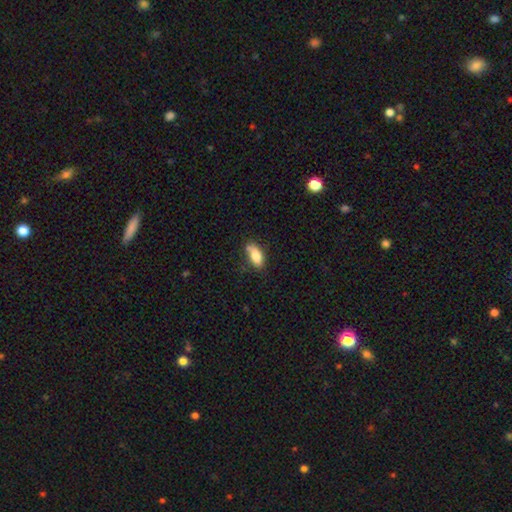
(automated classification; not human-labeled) A smooth galaxy with no disk features (81%) that is in between round and cigar-shaped (87%).

Vote fractions:
- Smooth or featured? smooth: 81% / featured or disk: 12% / star or artifact: 7%
- How rounded? in between: 87% / cigar-shaped: 10% / round: 4%
- Merging? none: 61% / minor disturbance: 27% / major disturbance: 6% / merger: 5%